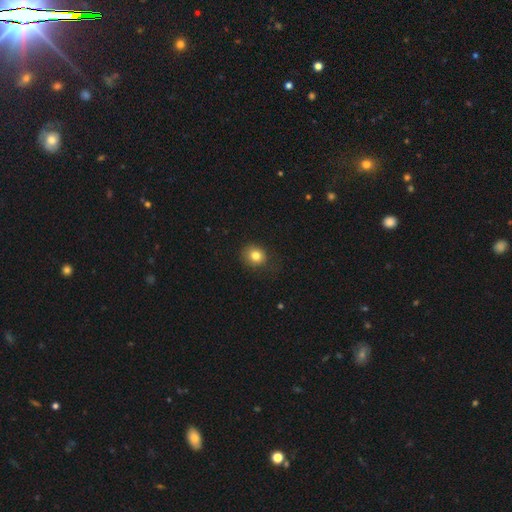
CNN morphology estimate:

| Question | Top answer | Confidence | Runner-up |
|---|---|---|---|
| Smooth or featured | smooth | 80% | star or artifact (12%) |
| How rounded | round | 77% | in between (22%) |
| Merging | none | 77% | minor disturbance (17%) |